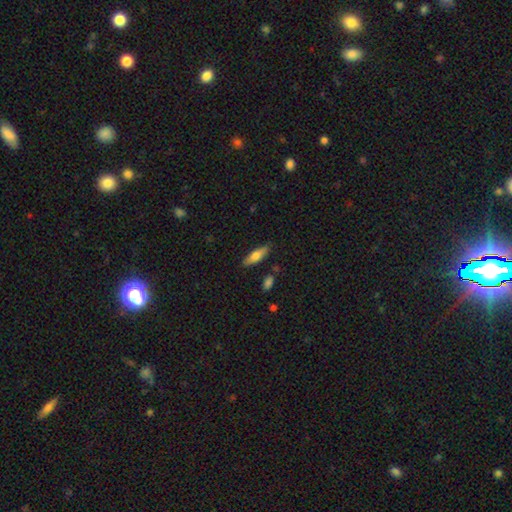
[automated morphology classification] The model was most divided on "how rounded": cigar-shaped: 52%, in between: 46%, round: 2%. More confident: merging — none (84%); smooth or featured — smooth (67%).